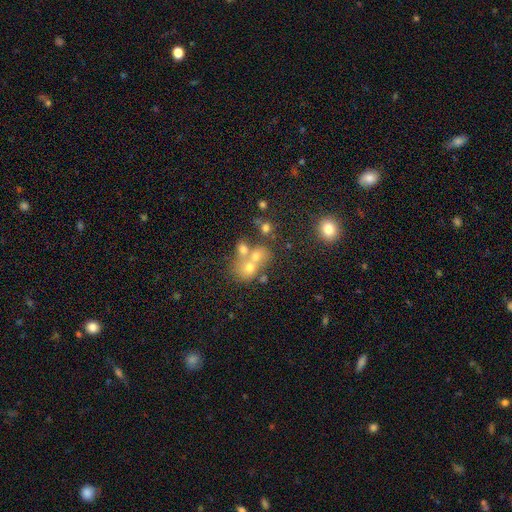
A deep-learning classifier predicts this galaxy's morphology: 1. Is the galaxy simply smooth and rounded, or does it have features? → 59% smooth, 25% featured or disk, 16% star or artifact.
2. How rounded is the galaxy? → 61% round, 37% in between, 1% cigar-shaped.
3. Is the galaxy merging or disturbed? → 59% merger, 28% none, 8% minor disturbance, 5% major disturbance.